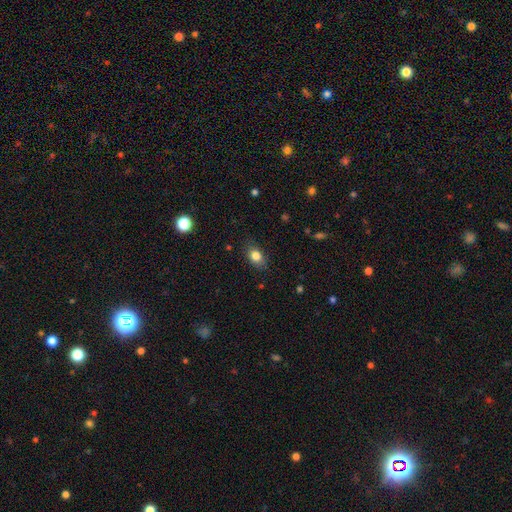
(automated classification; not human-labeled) A smooth galaxy with no disk features (82%) that is in between round and cigar-shaped (75%).

Vote fractions:
- Smooth or featured? smooth: 82% / star or artifact: 9% / featured or disk: 8%
- How rounded? in between: 75% / round: 23% / cigar-shaped: 2%
- Merging? none: 82% / minor disturbance: 14% / major disturbance: 3% / merger: 1%